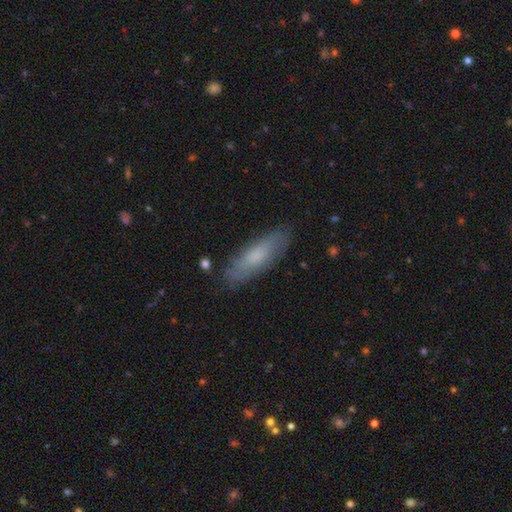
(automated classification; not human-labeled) A smooth galaxy with no disk features (64%) that is cigar-shaped (54%).

Vote fractions:
- Smooth or featured? smooth: 64% / featured or disk: 28% / star or artifact: 7%
- How rounded? cigar-shaped: 54% / in between: 44% / round: 2%
- Merging? none: 82% / minor disturbance: 13% / major disturbance: 3% / merger: 1%